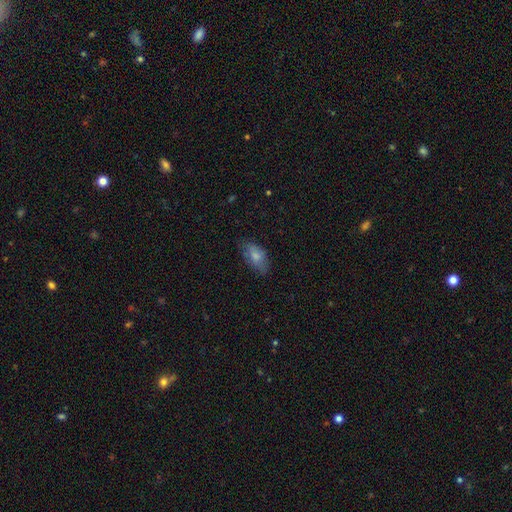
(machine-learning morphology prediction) A smooth galaxy with no disk features (75%) that is in between round and cigar-shaped (91%).

Vote fractions:
- Smooth or featured? smooth: 75% / featured or disk: 18% / star or artifact: 7%
- How rounded? in between: 91% / cigar-shaped: 5% / round: 4%
- Merging? none: 68% / minor disturbance: 24% / major disturbance: 7% / merger: 2%